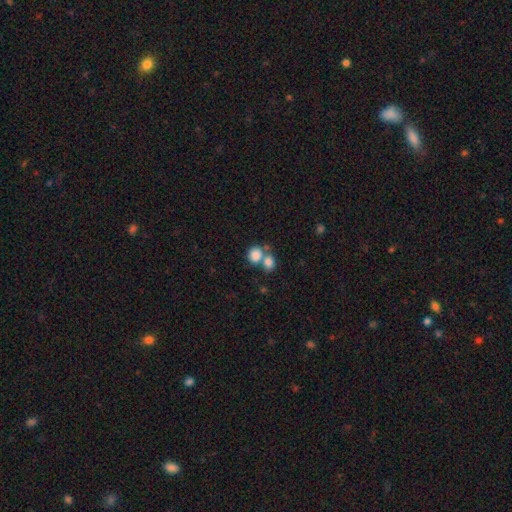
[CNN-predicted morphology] Smooth or featured? Predicted: smooth (p=0.83). How rounded? Predicted: round (p=0.67). Merging? Predicted: merger (p=0.53).